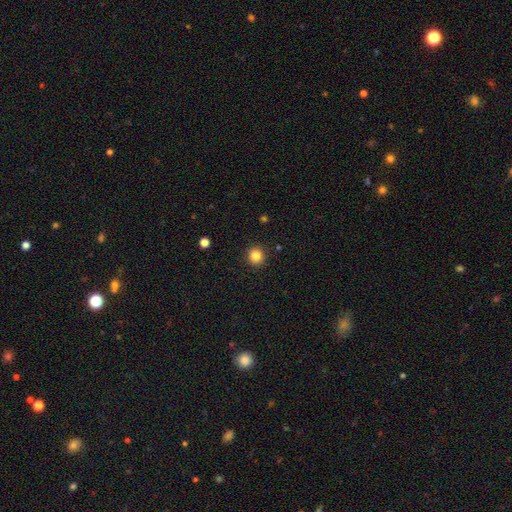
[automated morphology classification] Q: Smooth or featured?
A: smooth (84%); runner-up: star or artifact (11%)
Q: How rounded?
A: round (90%); runner-up: in between (9%)
Q: Merging?
A: none (92%); runner-up: minor disturbance (5%)